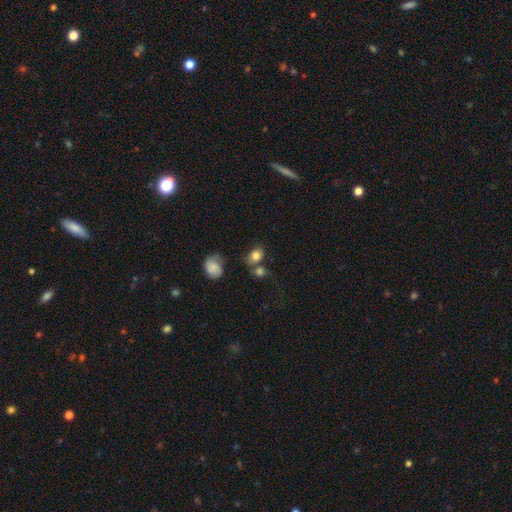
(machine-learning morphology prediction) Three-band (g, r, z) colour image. It shows a smooth galaxy with no disk features (80%) that is in between round and cigar-shaped (59%). Merging: none (54%).